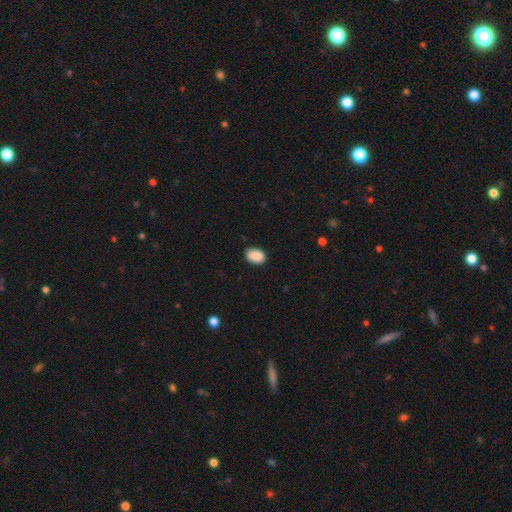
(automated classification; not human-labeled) Q: Smooth or featured?
A: smooth (90%); runner-up: star or artifact (7%)
Q: How rounded?
A: in between (83%); runner-up: round (16%)
Q: Merging?
A: none (84%); runner-up: minor disturbance (13%)